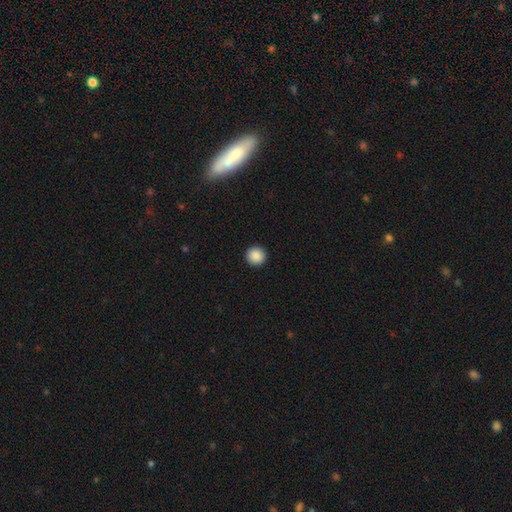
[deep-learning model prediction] Smooth or featured? Predicted: smooth (p=0.89). How rounded? Predicted: round (p=0.95). Merging? Predicted: none (p=0.94).